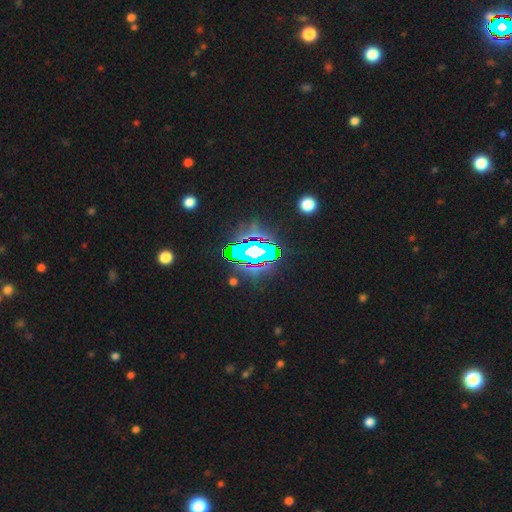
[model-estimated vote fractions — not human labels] This appears to be a star or artifact, not a galaxy (69%).